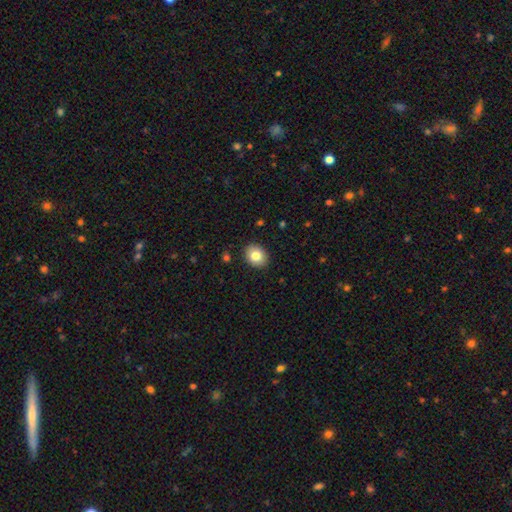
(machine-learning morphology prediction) This appears to be a smooth galaxy with no disk features (82%) that is round (53%). Merging: none (90%).